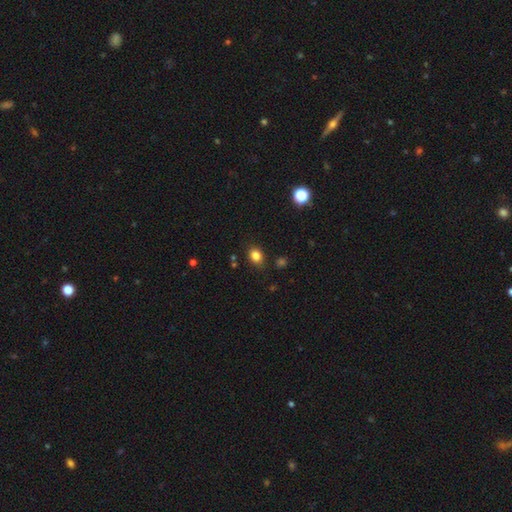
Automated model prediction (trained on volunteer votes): Overall: smooth (83%). How rounded: in between (56%; round 43%). Merging: none (82%).